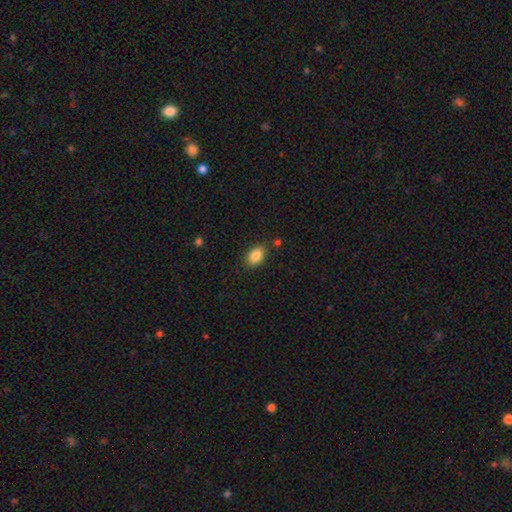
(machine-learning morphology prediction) A smooth galaxy with no disk features (86%) that is in between round and cigar-shaped (79%). Merging: none (84%).